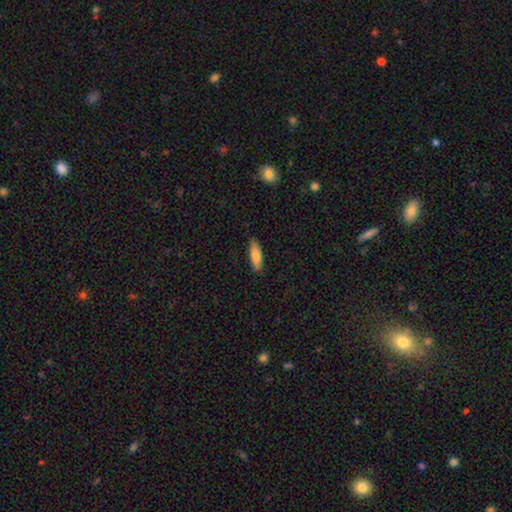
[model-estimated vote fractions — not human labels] Smooth or featured: smooth — 81% (featured or disk — 14%)
How rounded: in between — 52% (cigar-shaped — 46%)
Merging: none — 85% (minor disturbance — 12%)